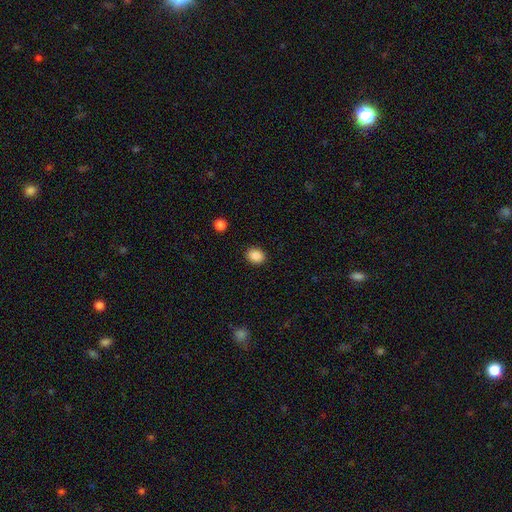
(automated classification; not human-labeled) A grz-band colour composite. It shows a smooth galaxy with no disk features (88%) that is round (53%). Merging: none (90%).